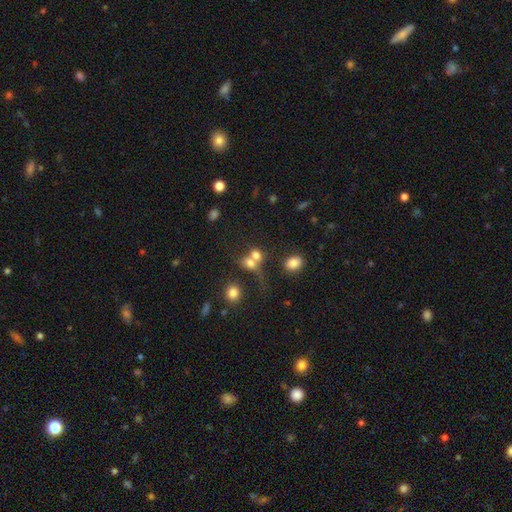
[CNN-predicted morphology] A smooth galaxy with no disk features (70%) that is in between round and cigar-shaped (50%).

Vote fractions:
- Smooth or featured? smooth: 70% / star or artifact: 15% / featured or disk: 14%
- How rounded? in between: 50% / round: 47% / cigar-shaped: 3%
- Merging? merger: 58% / none: 26% / minor disturbance: 8% / major disturbance: 8%